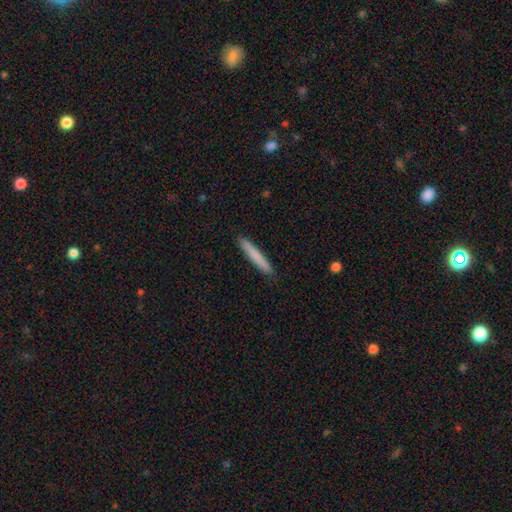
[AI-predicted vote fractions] Smooth or featured: smooth — 78% (featured or disk — 17%)
How rounded: cigar-shaped — 95% (in between — 3%)
Merging: none — 91% (minor disturbance — 6%)